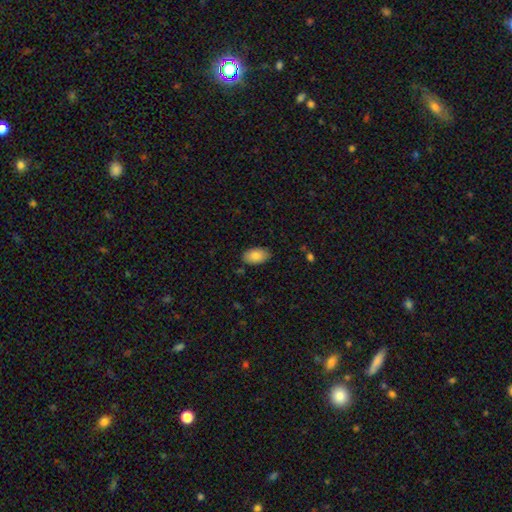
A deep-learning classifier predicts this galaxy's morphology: Smooth or featured: smooth — 83% (featured or disk — 10%)
How rounded: in between — 94% (round — 5%)
Merging: none — 85% (minor disturbance — 12%)